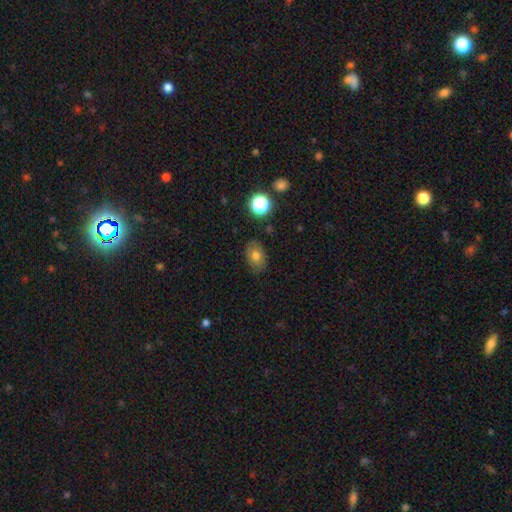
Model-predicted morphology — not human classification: Overall: smooth (74%). How rounded: in between (79%). Merging: none (82%).